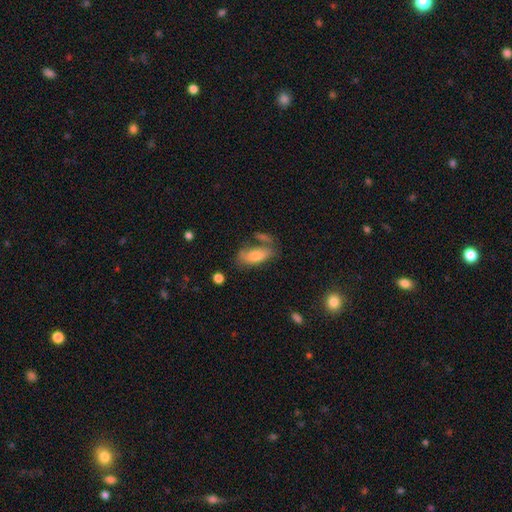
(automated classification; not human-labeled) Smooth or featured? smooth (72%)
How rounded? in between (80%)
Merging? none (54%)